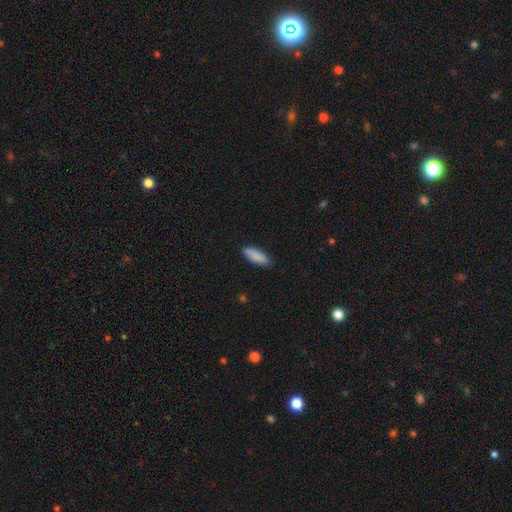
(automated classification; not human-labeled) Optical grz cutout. It shows a smooth galaxy with no disk features (88%) that is in between round and cigar-shaped (58%). Merging: none (87%).